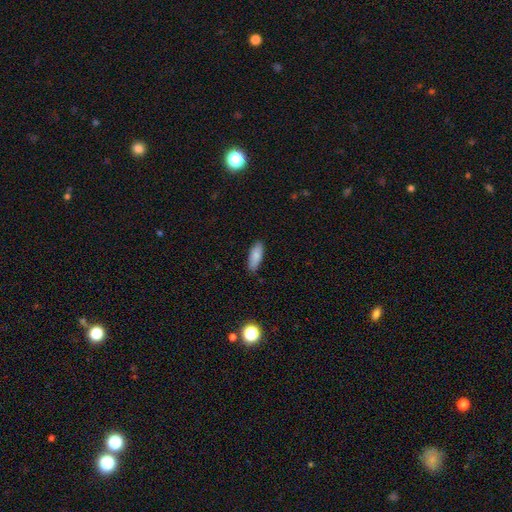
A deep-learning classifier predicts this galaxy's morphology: Q: Smooth or featured?
A: smooth (85%); runner-up: featured or disk (8%)
Q: How rounded?
A: in between (68%); runner-up: cigar-shaped (30%)
Q: Merging?
A: none (87%); runner-up: minor disturbance (10%)